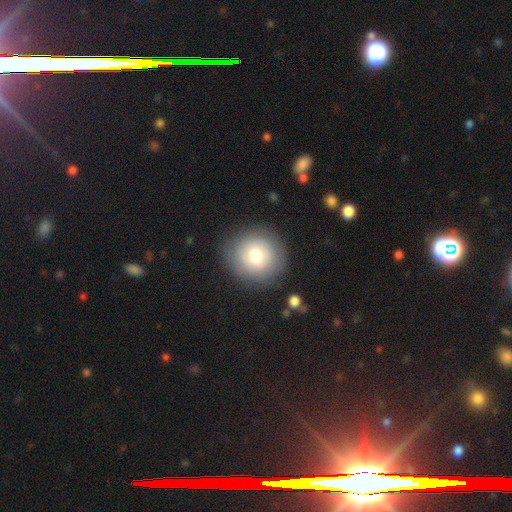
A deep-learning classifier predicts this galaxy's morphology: type=smooth (69%); roundness=round (91%); merging=none (85%).